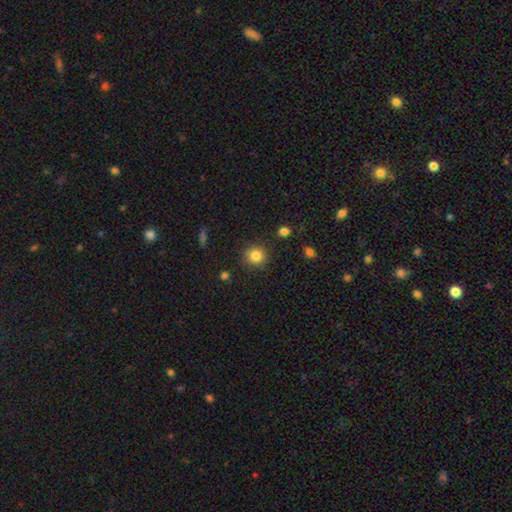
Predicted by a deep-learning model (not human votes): smooth 84%, star or artifact 11%, featured or disk 5%. Down the decision tree: how rounded — round (91%); merging — none (88%).